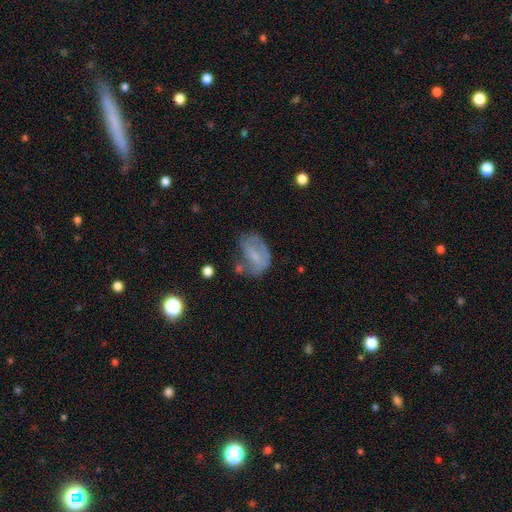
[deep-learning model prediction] smooth-or-featured: smooth: 48% | featured or disk: 42% | star or artifact: 10%
  merging: none: 41% | minor disturbance: 30% | major disturbance: 23% | merger: 6%